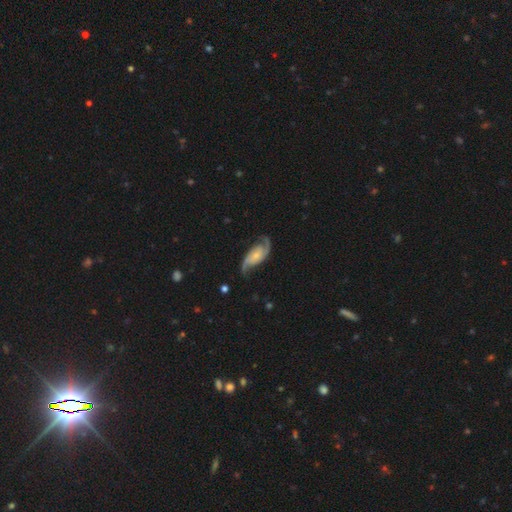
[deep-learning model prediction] Smooth or featured? Predicted: featured or disk (p=0.88). Edge-on disk? Predicted: no (p=0.96). Bar? Predicted: no (p=0.63). Spiral arms? Predicted: yes (p=0.97). Spiral winding? Predicted: medium (p=0.43). Spiral arm count? Predicted: 2 (p=0.93). Bulge size? Predicted: small (p=0.58). Merging? Predicted: none (p=0.74).